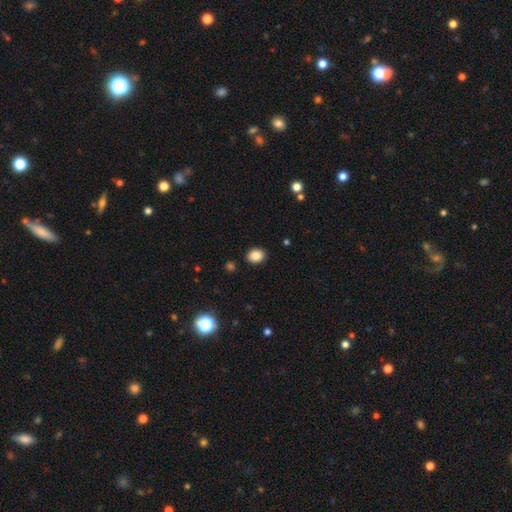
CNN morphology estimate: smooth_or_featured: smooth (p=0.86) [alt: star or artifact p=0.09]
how_rounded: in between (p=0.55) [alt: round p=0.44]
merging: none (p=0.89) [alt: minor disturbance p=0.07]